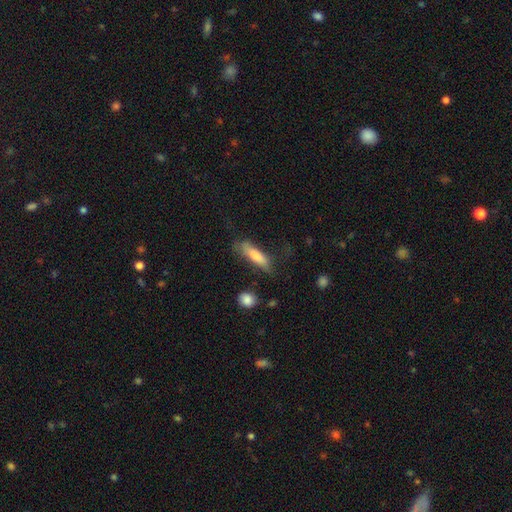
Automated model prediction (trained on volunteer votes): The model was most divided on "merging": none: 57%, minor disturbance: 26%, major disturbance: 14%, merger: 3%. More confident: smooth or featured — smooth (70%); how rounded — cigar-shaped (66%).